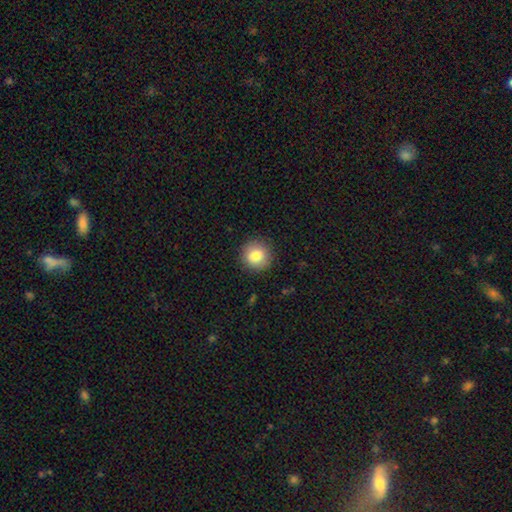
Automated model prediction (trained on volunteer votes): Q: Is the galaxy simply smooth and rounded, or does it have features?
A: smooth — 83%.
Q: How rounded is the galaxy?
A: round — 92%.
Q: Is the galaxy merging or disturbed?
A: none — 90%.